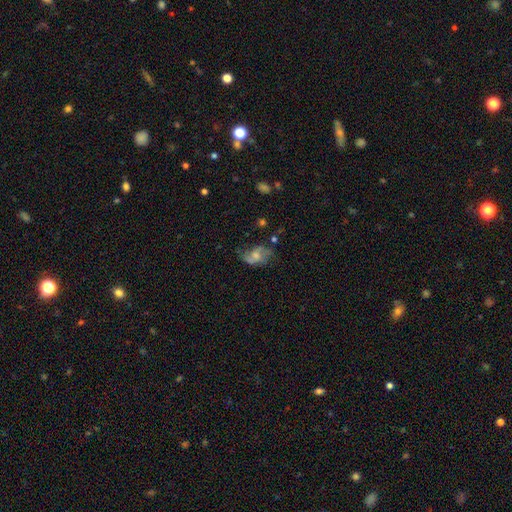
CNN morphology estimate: smooth-or-featured: featured or disk: 64% | smooth: 27% | star or artifact: 9%
  disk-edge-on: no: 96% | yes: 4%
    bar: no: 56% | weak: 37% | strong: 7%
    has-spiral-arms: yes: 86% | no: 14%
      spiral-winding: loose: 57% | medium: 33% | tight: 10%
      spiral-arm-count: 2: 82% | can't tell: 8% | 1: 4% | 3: 3% | 4: 1% | more than 4: 1%
    bulge-size: moderate: 43% | small: 35% | none: 14% | large: 7% | dominant: 1%
  merging: none: 57% | minor disturbance: 23% | major disturbance: 16% | merger: 3%